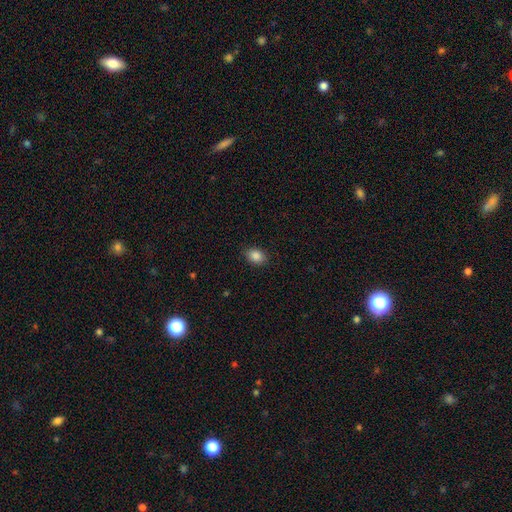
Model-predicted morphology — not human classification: A smooth galaxy with no disk features (87%) that is in between round and cigar-shaped (67%). Merging: none (88%).